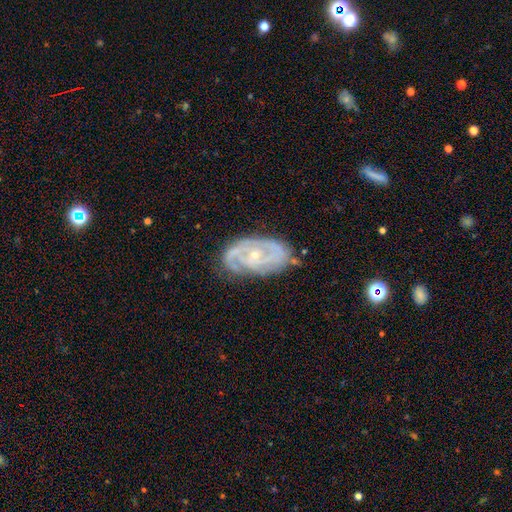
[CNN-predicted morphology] Smooth or featured? featured or disk (83%)
Edge-on disk? no (95%)
Bar? no (66%)
Spiral arms? yes (90%)
Spiral winding? tight (60%)
Spiral arm count? 2 (45%)
Bulge size? small (71%)
Merging? none (69%)